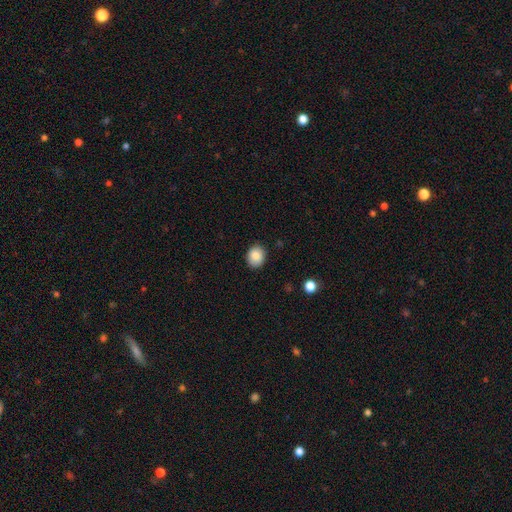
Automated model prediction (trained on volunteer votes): Overall: smooth (86%). How rounded: round (58%; in between 41%). Merging: none (87%).